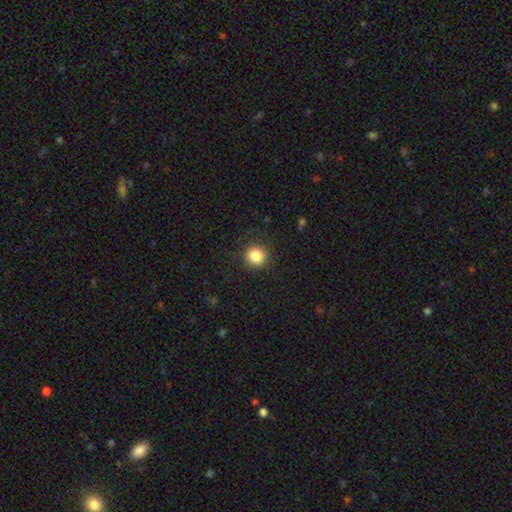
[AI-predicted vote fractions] smooth-or-featured: smooth: 85% | star or artifact: 10% | featured or disk: 5%
  how-rounded: round: 94% | in between: 5% | cigar-shaped: 1%
  merging: none: 87% | minor disturbance: 8% | major disturbance: 4% | merger: 1%